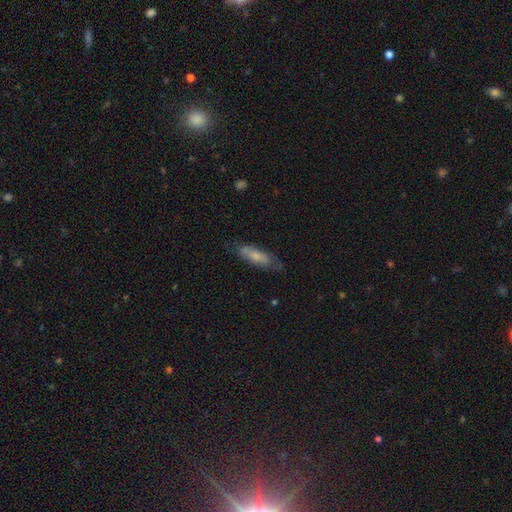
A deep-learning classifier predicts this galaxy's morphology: smooth_or_featured: smooth (p=0.62) [alt: featured or disk p=0.31]
how_rounded: in between (p=0.53) [alt: cigar-shaped p=0.45]
merging: none (p=0.66) [alt: minor disturbance p=0.24]